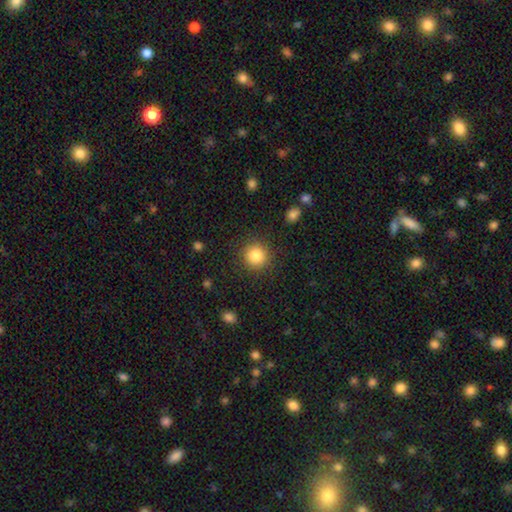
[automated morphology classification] Smooth or featured: smooth — 85% (star or artifact — 10%)
How rounded: round — 93% (in between — 6%)
Merging: none — 89% (minor disturbance — 7%)